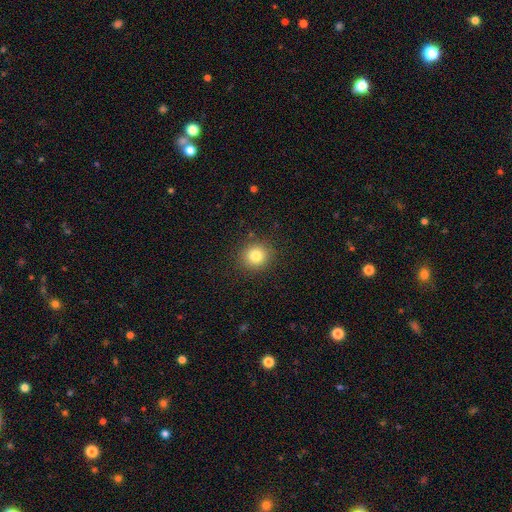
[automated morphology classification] Smooth or featured? Predicted: smooth (p=0.81). How rounded? Predicted: round (p=0.88). Merging? Predicted: none (p=0.89).